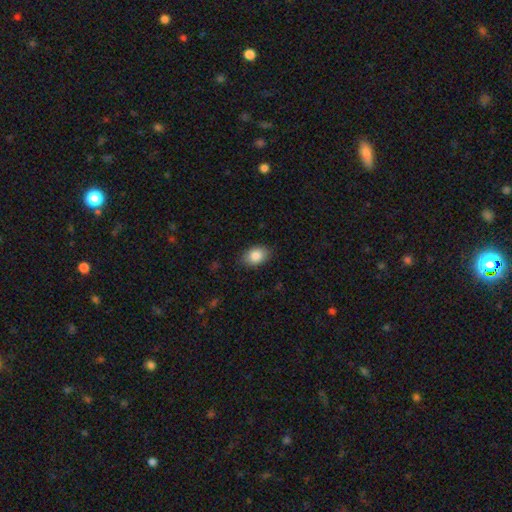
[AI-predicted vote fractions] Smooth or featured? smooth (86%)
How rounded? in between (82%)
Merging? none (85%)